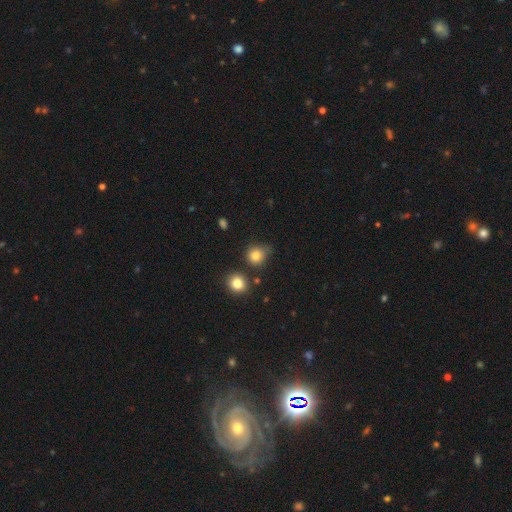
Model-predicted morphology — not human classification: smooth 81%, star or artifact 13%, featured or disk 6%. Down the decision tree: how rounded — round (85%); merging — none (67%).